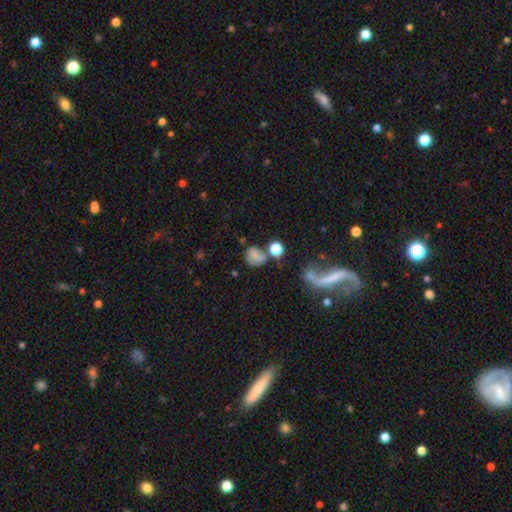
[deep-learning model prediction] smooth_or_featured: smooth (p=0.58) [alt: featured or disk p=0.26]
how_rounded: round (p=0.65) [alt: in between p=0.33]
merging: none (p=0.41) [alt: merger p=0.21]